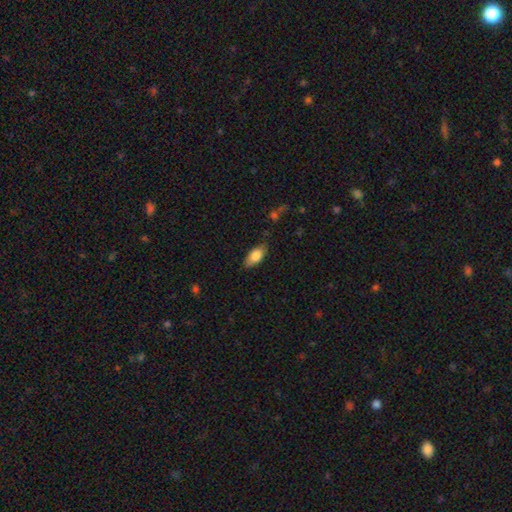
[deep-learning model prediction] Smooth or featured: smooth — 79% (featured or disk — 14%)
How rounded: in between — 87% (cigar-shaped — 11%)
Merging: none — 82% (minor disturbance — 14%)